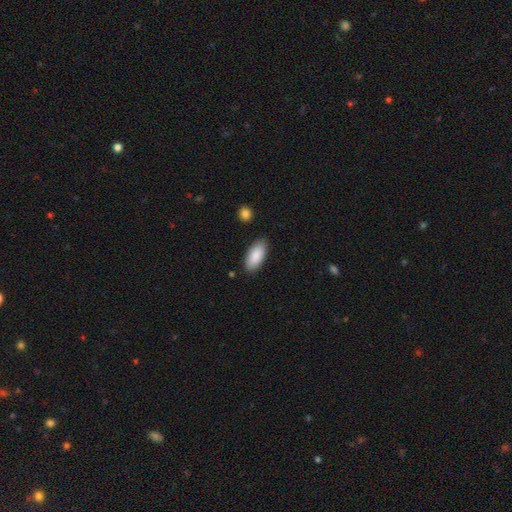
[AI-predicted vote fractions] smooth-or-featured: smooth: 88% | featured or disk: 6% | star or artifact: 6%
  how-rounded: in between: 91% | cigar-shaped: 7% | round: 2%
  merging: none: 86% | minor disturbance: 10% | major disturbance: 2% | merger: 2%